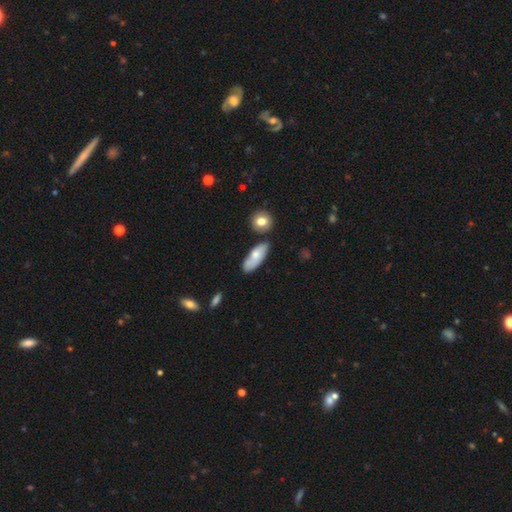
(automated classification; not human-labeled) The model was most divided on "merging": none: 66%, minor disturbance: 20%, merger: 10%, major disturbance: 4%. More confident: how rounded — in between (73%); smooth or featured — smooth (70%).